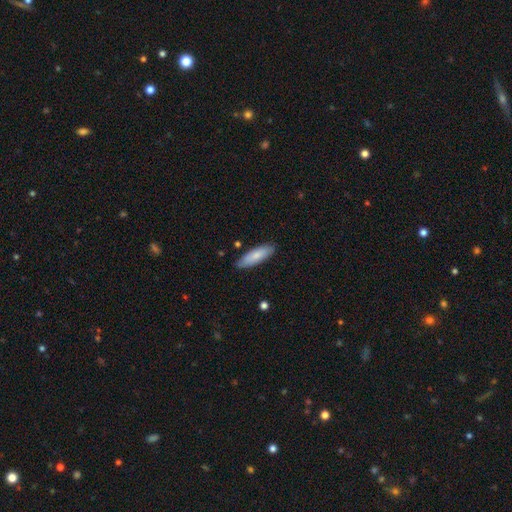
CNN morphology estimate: type=smooth (80%); roundness=in between (50%); merging=none (84%).